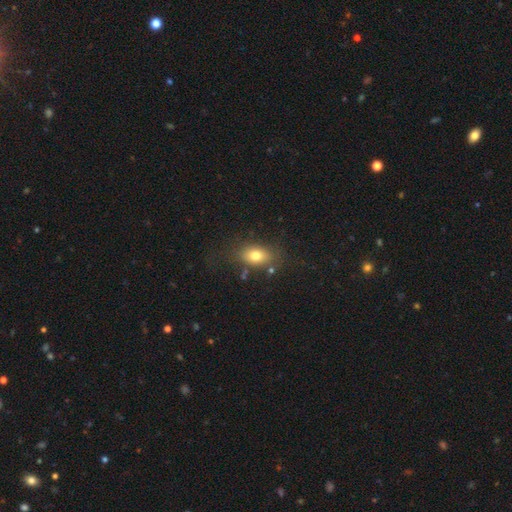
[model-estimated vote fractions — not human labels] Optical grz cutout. It shows a smooth galaxy with no disk features (77%) that is in between round and cigar-shaped (77%). Merging: none (73%).